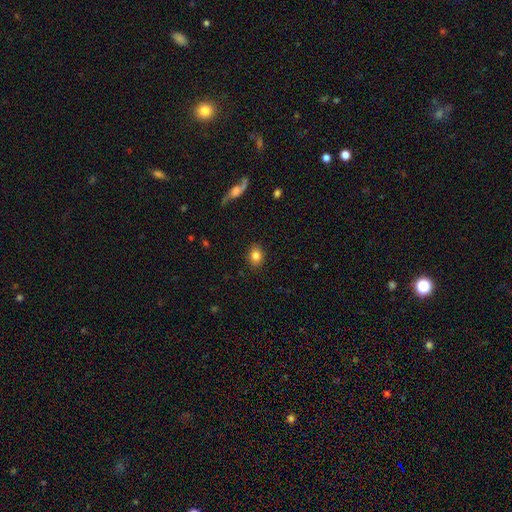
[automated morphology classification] This is clearly a smooth galaxy (83%). How rounded: possibly in between (55%). Merging: clearly none (88%).